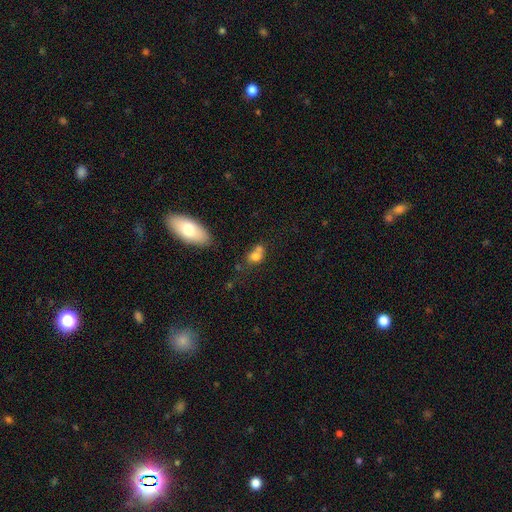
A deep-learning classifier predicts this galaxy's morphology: The model was most divided on "merging": merger: 49%, none: 30%, minor disturbance: 14%, major disturbance: 8%. More confident: smooth or featured — smooth (73%); how rounded — in between (58%).